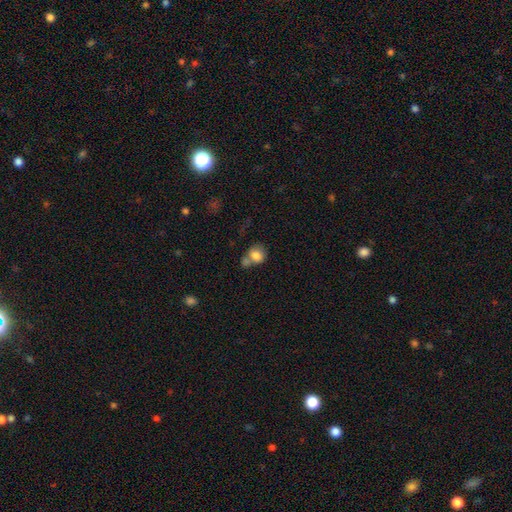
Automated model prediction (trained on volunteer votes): smooth_or_featured: smooth (p=0.81) [alt: featured or disk p=0.10]
how_rounded: round (p=0.66) [alt: in between p=0.33]
merging: merger (p=0.41) [alt: none p=0.39]